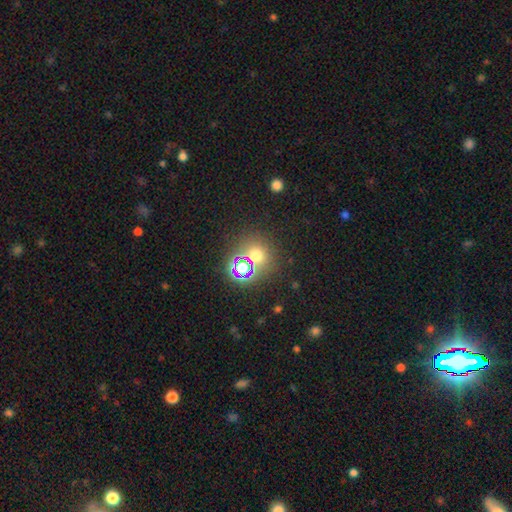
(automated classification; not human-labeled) This appears to be a smooth galaxy with no disk features (53%) that is round (83%). Merging: none (75%).